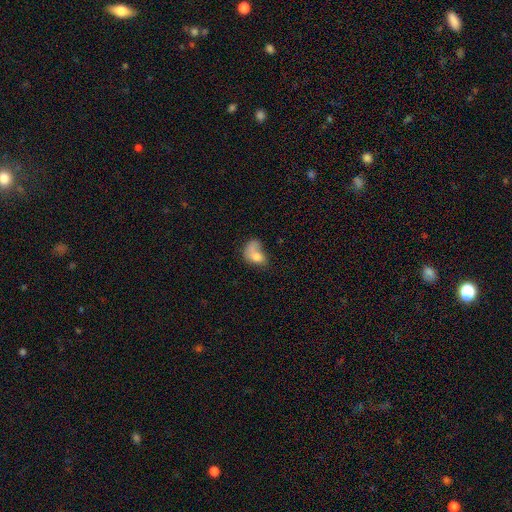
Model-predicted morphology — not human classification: type=smooth (69%); roundness=in between (75%); merging=merger (30%).